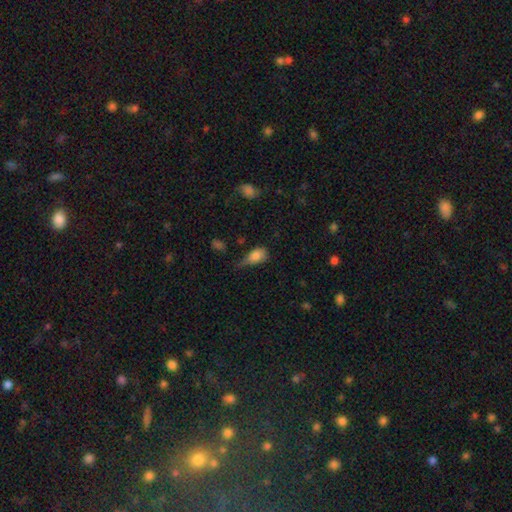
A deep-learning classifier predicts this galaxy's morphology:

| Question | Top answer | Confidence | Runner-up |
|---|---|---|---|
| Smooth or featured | smooth | 80% | featured or disk (11%) |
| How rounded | in between | 84% | round (12%) |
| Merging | minor disturbance | 44% | none (27%) |